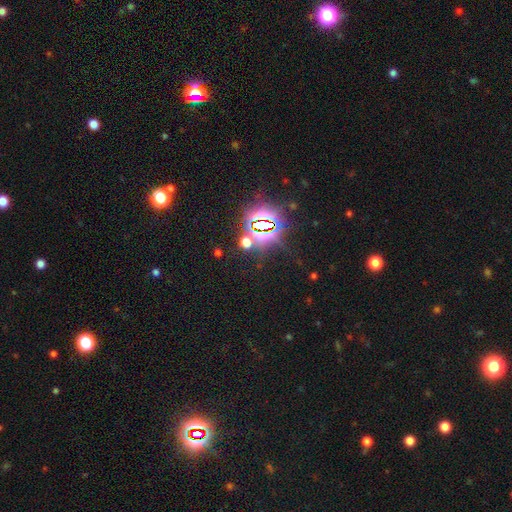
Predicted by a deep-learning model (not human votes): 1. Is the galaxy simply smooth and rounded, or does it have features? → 83% star or artifact, 10% smooth, 7% featured or disk.